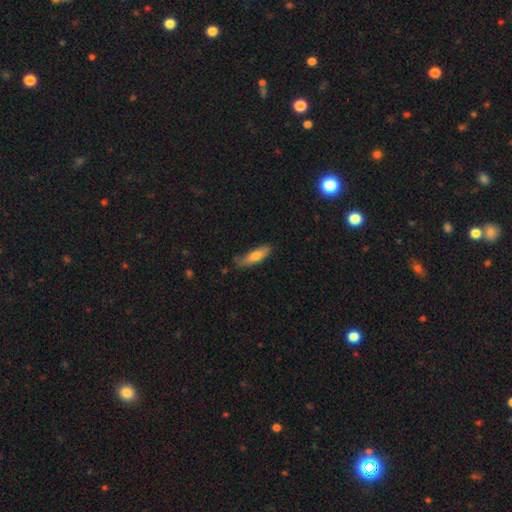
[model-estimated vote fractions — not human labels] Smooth or featured? smooth (73%)
How rounded? cigar-shaped (54%)
Merging? none (67%)